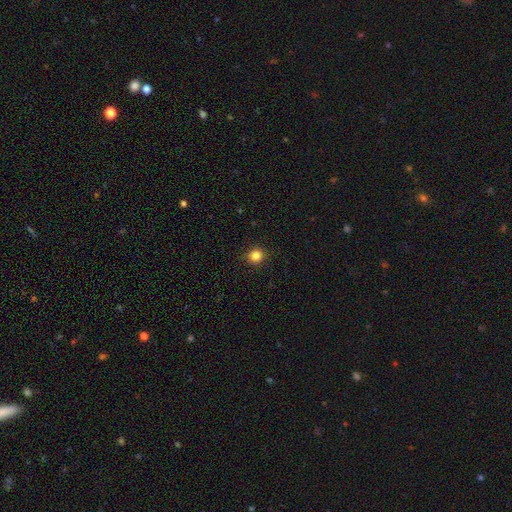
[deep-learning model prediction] Smooth or featured: smooth — 84% (star or artifact — 12%)
How rounded: round — 92% (in between — 8%)
Merging: none — 92% (minor disturbance — 6%)